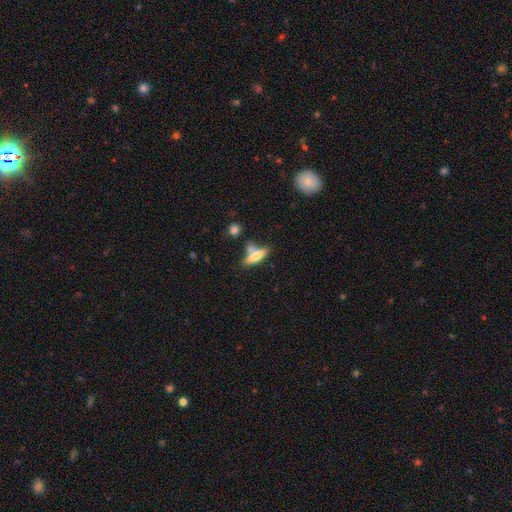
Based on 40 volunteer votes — Smooth or featured? smooth (70%)
How rounded? cigar-shaped (54%)
Merging? none (42%)